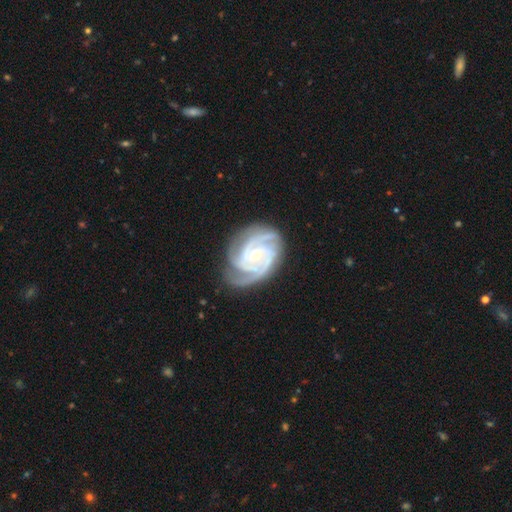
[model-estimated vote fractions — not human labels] This appears to be a featured or disk galaxy (92%) with no bar (66%), 3 (56%) tight (68%) spiral arms (99%) and a small central bulge (68%). Merging: none (75%).